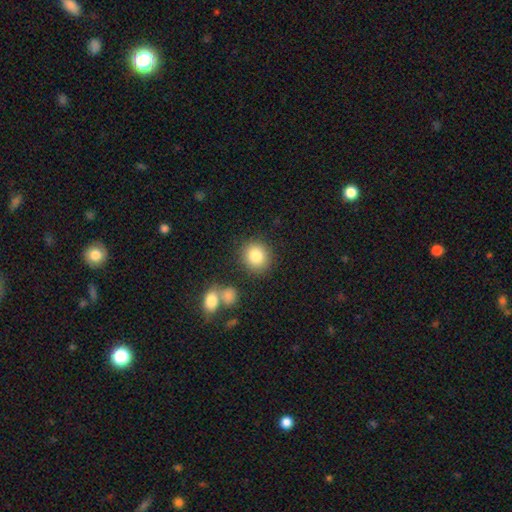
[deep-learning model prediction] smooth 84%, star or artifact 9%, featured or disk 7%. Down the decision tree: how rounded — round (82%); merging — none (82%).